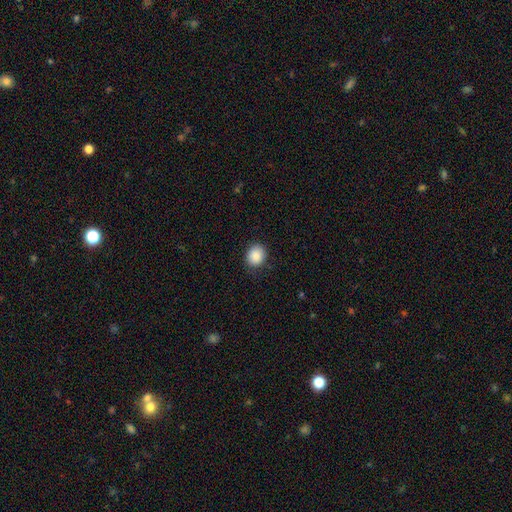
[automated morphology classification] smooth_or_featured: smooth (p=0.88) [alt: star or artifact p=0.08]
how_rounded: round (p=0.66) [alt: in between p=0.33]
merging: none (p=0.85) [alt: minor disturbance p=0.11]